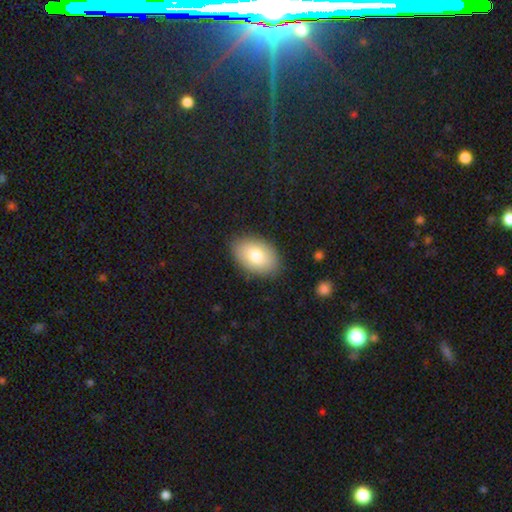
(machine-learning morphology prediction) smooth_or_featured: smooth (p=0.79) [alt: featured or disk p=0.14]
how_rounded: in between (p=0.89) [alt: round p=0.09]
merging: none (p=0.86) [alt: minor disturbance p=0.10]